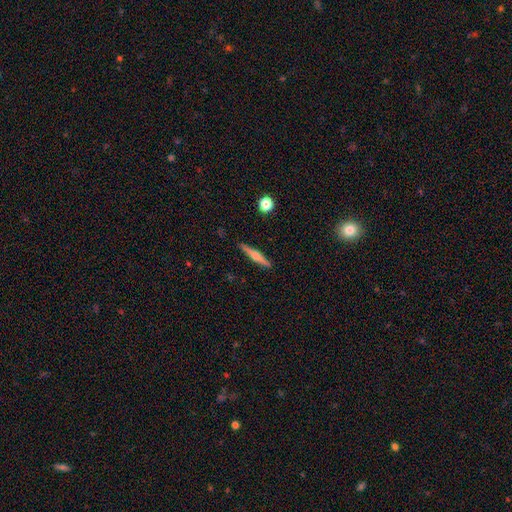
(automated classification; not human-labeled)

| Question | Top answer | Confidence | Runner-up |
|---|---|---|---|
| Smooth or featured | featured or disk | 64% | smooth (29%) |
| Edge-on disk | yes | 98% | no (2%) |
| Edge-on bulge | rounded | 88% | boxy (7%) |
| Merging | none | 91% | minor disturbance (6%) |